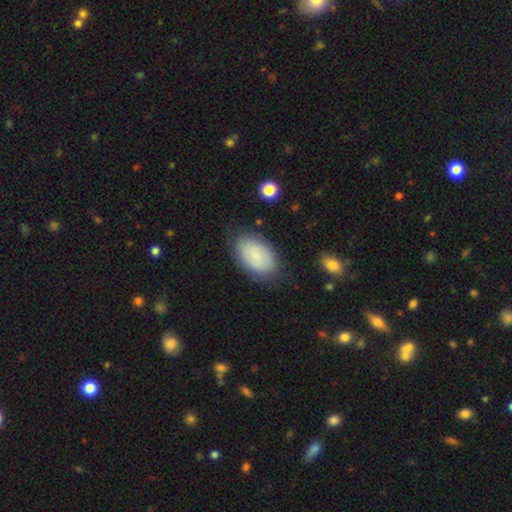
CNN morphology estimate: type=smooth (77%); roundness=in between (93%); merging=none (78%).